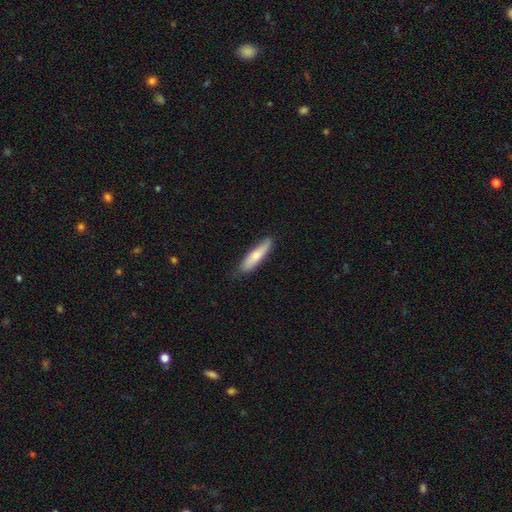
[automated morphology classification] Smooth or featured?
  - smooth: 71% *
  - featured or disk: 24%
  - star or artifact: 5%
How rounded?
  - cigar-shaped: 77% *
  - in between: 22%
  - round: 1%
Merging?
  - none: 78% *
  - minor disturbance: 18%
  - major disturbance: 3%
  - merger: 1%